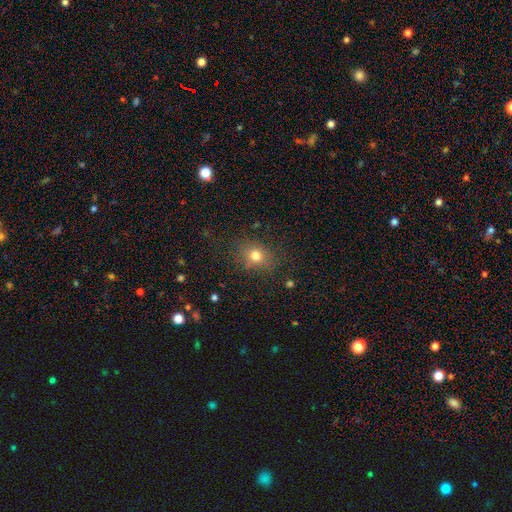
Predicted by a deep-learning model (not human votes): Smooth or featured: smooth — 75% (star or artifact — 15%)
How rounded: round — 58% (in between — 41%)
Merging: none — 80% (minor disturbance — 13%)